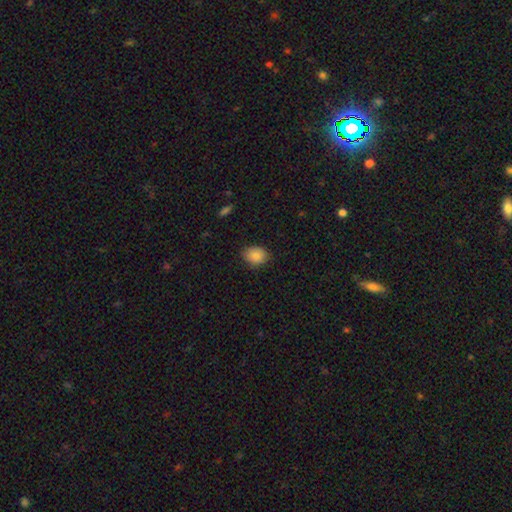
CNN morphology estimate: type=smooth (86%); roundness=in between (51%); merging=none (83%).